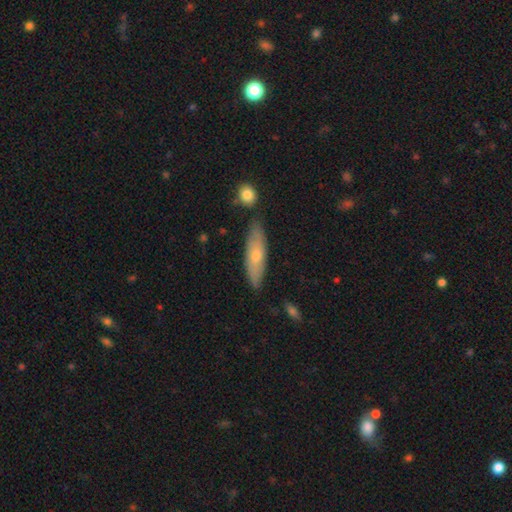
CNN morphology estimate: This is possibly a smooth galaxy (57%). How rounded: possibly cigar-shaped (58%). Merging: likely none (79%).